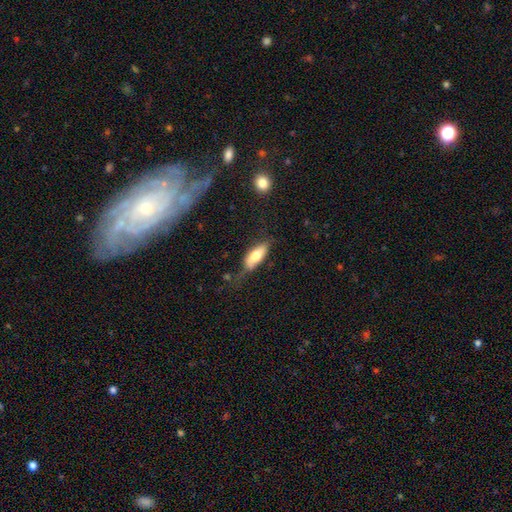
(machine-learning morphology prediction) Smooth or featured?
  - smooth: 67% *
  - featured or disk: 27%
  - star or artifact: 6%
How rounded?
  - in between: 74% *
  - cigar-shaped: 23%
  - round: 3%
Merging?
  - none: 53% *
  - minor disturbance: 30%
  - major disturbance: 13%
  - merger: 4%